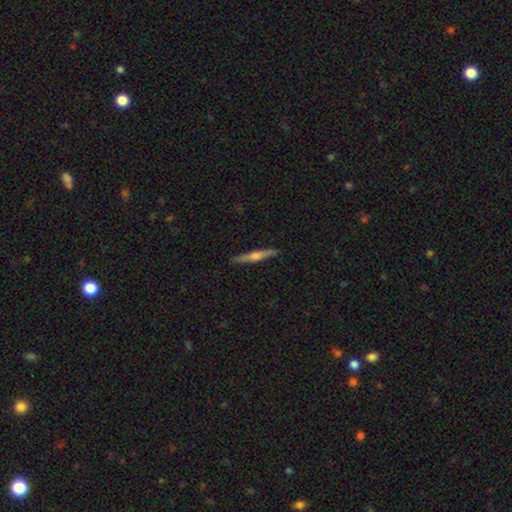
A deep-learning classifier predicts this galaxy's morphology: Smooth or featured? featured or disk (70%)
Edge-on disk? yes (98%)
Edge-on bulge? rounded (84%)
Merging? none (91%)